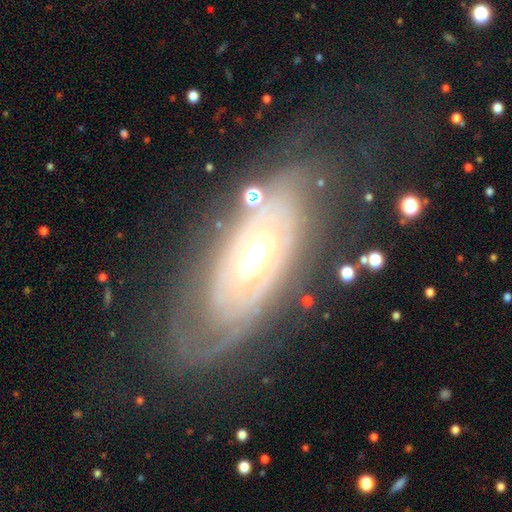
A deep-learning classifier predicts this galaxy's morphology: smooth-or-featured: featured or disk: 81% | smooth: 13% | star or artifact: 6%
  disk-edge-on: no: 87% | yes: 13%
    bar: no: 71% | weak: 20% | strong: 9%
    has-spiral-arms: yes: 68% | no: 32%
    bulge-size: moderate: 62% | large: 25% | small: 9% | dominant: 3% | none: 1%
  merging: none: 68% | minor disturbance: 17% | major disturbance: 13% | merger: 2%